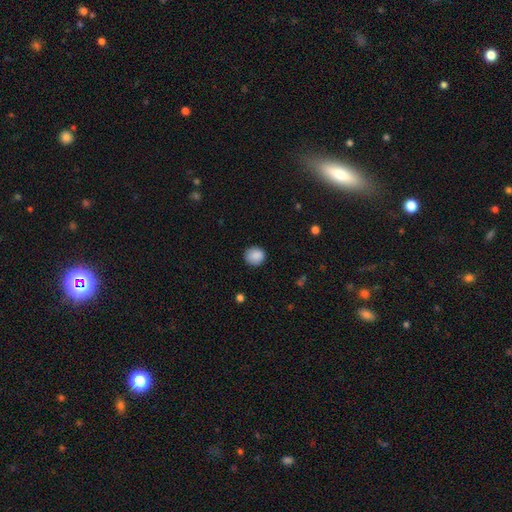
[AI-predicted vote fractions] Q: Smooth or featured?
A: smooth (88%); runner-up: star or artifact (8%)
Q: How rounded?
A: round (90%); runner-up: in between (9%)
Q: Merging?
A: none (87%); runner-up: minor disturbance (10%)